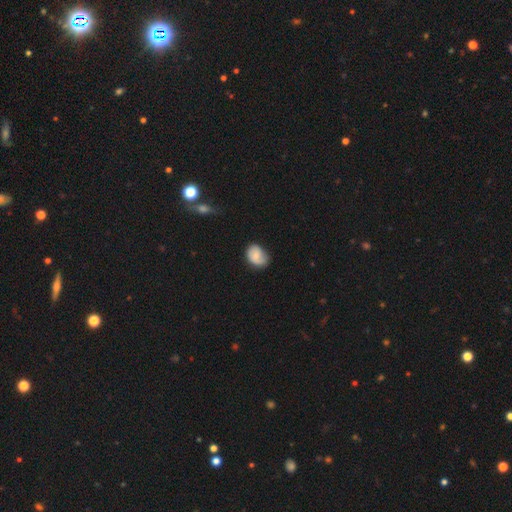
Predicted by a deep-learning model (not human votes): A smooth galaxy with no disk features (70%) that is in between round and cigar-shaped (67%). Merging: none (56%).